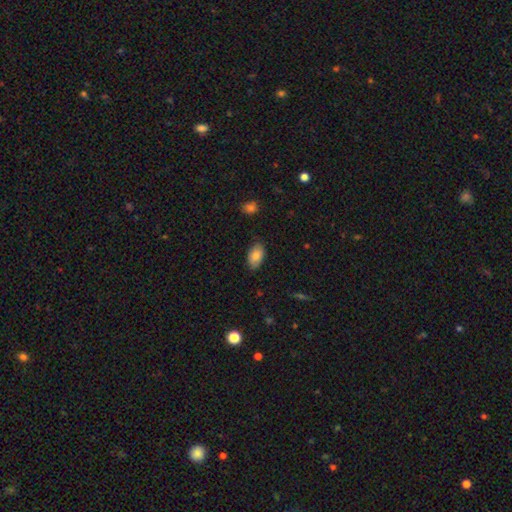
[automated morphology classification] Smooth or featured? smooth (83%)
How rounded? in between (94%)
Merging? none (83%)